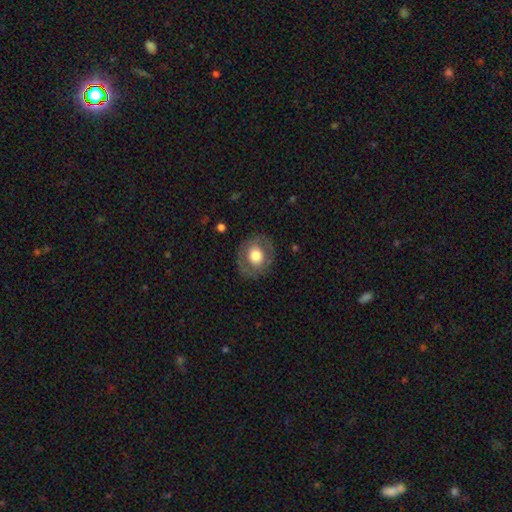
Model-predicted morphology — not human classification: smooth 62%, featured or disk 30%, star or artifact 8%. Down the decision tree: how rounded — round (73%); merging — none (82%).